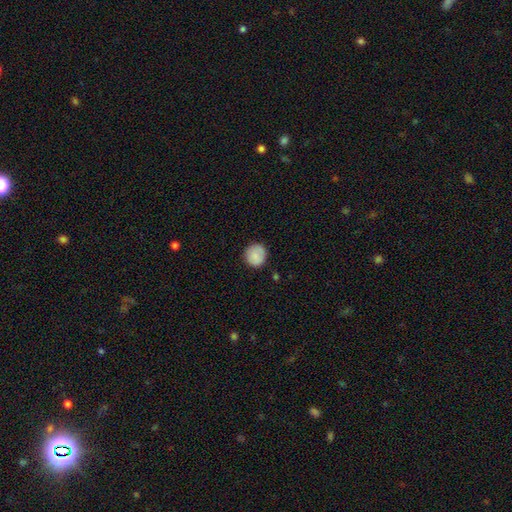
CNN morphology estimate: Q: Smooth or featured?
A: smooth (86%); runner-up: star or artifact (8%)
Q: How rounded?
A: round (90%); runner-up: in between (9%)
Q: Merging?
A: none (85%); runner-up: minor disturbance (11%)